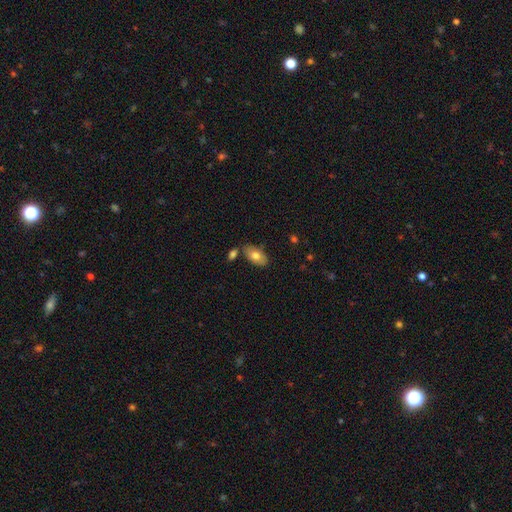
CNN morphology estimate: A smooth galaxy with no disk features (76%) that is in between round and cigar-shaped (93%). Merging: none (75%).